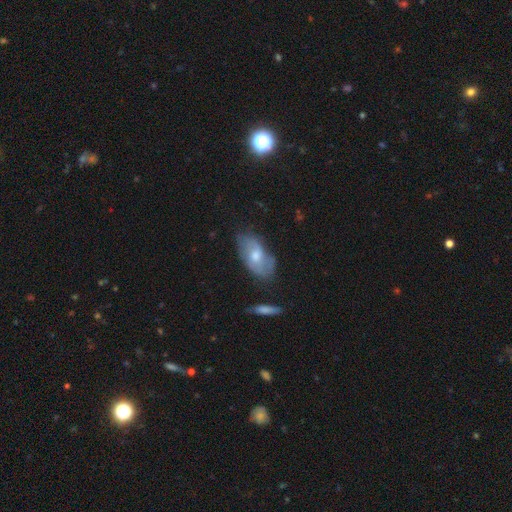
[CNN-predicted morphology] The model was most divided on "smooth or featured": featured or disk: 49%, smooth: 44%, star or artifact: 7%. More confident: merging — none (64%).